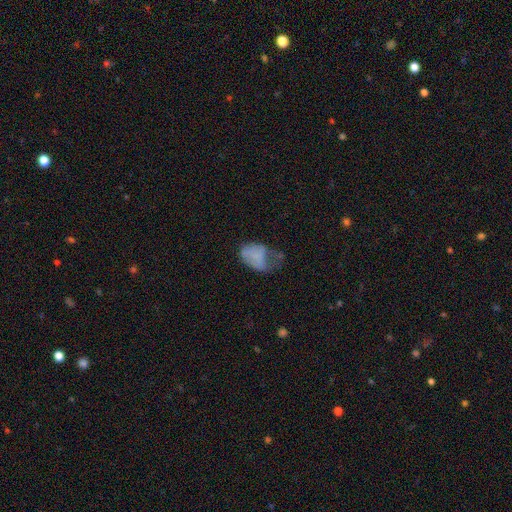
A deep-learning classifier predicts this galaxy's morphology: Q: Smooth or featured?
A: smooth (62%); runner-up: featured or disk (27%)
Q: How rounded?
A: in between (86%); runner-up: round (12%)
Q: Merging?
A: major disturbance (44%); runner-up: minor disturbance (31%)